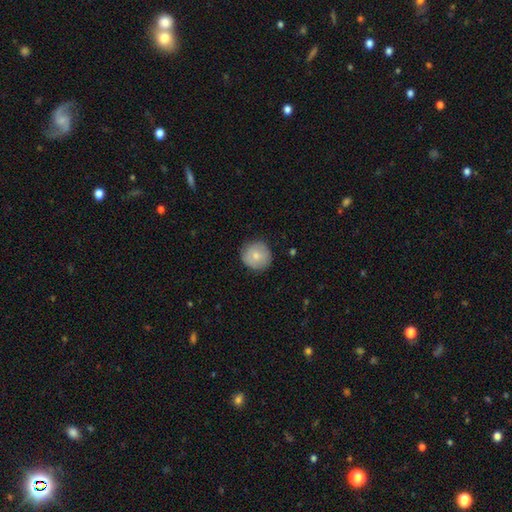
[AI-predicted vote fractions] Smooth or featured?
  - smooth: 76% *
  - featured or disk: 17%
  - star or artifact: 7%
How rounded?
  - round: 93% *
  - in between: 6%
  - cigar-shaped: 1%
Merging?
  - none: 84% *
  - minor disturbance: 12%
  - major disturbance: 2%
  - merger: 1%